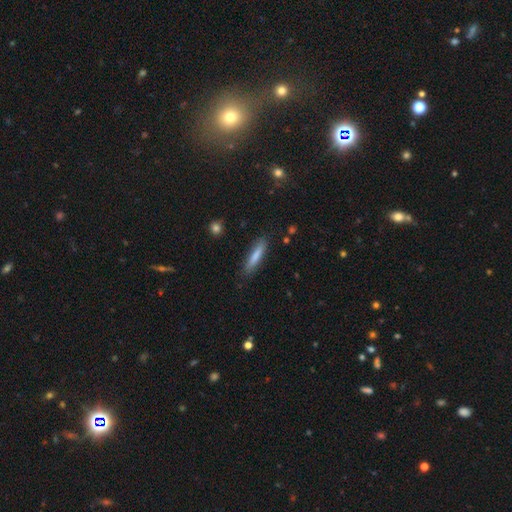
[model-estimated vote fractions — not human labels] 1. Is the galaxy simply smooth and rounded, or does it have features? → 78% smooth, 16% featured or disk, 6% star or artifact.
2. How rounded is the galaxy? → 85% cigar-shaped, 14% in between, 1% round.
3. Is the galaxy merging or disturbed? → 84% none, 12% minor disturbance, 3% major disturbance, 2% merger.